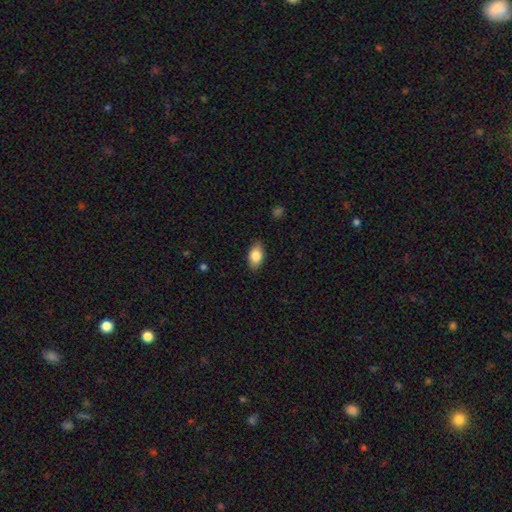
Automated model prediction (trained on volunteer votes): Q: Smooth or featured?
A: smooth (83%); runner-up: featured or disk (10%)
Q: How rounded?
A: in between (91%); runner-up: round (6%)
Q: Merging?
A: none (86%); runner-up: minor disturbance (11%)